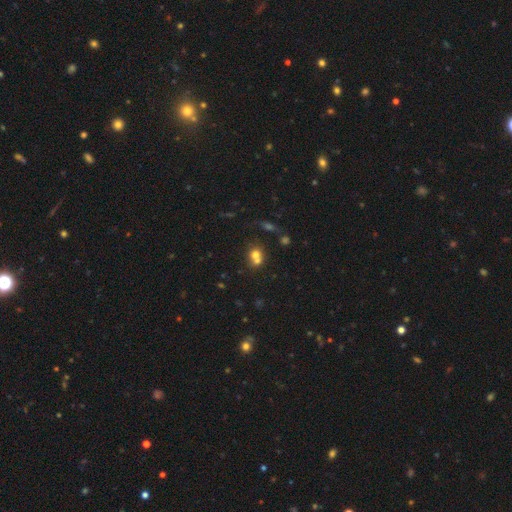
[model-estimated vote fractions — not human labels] Smooth or featured?
  - smooth: 66% *
  - featured or disk: 17%
  - star or artifact: 16%
How rounded?
  - round: 72% *
  - in between: 26%
  - cigar-shaped: 1%
Merging?
  - merger: 56% *
  - none: 32%
  - minor disturbance: 7%
  - major disturbance: 4%